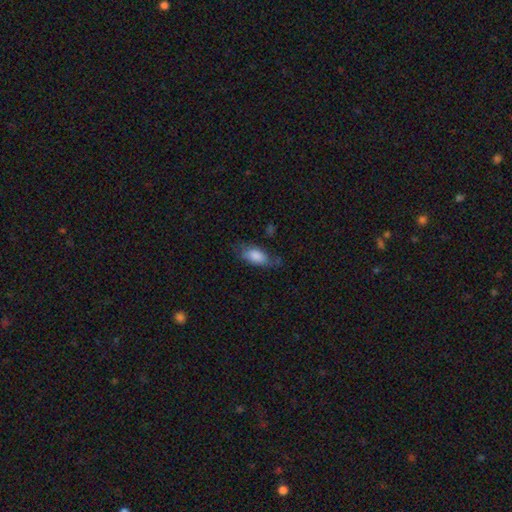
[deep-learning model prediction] Smooth or featured?
  - smooth: 76% *
  - featured or disk: 17%
  - star or artifact: 7%
How rounded?
  - in between: 87% *
  - cigar-shaped: 9%
  - round: 3%
Merging?
  - none: 52% *
  - minor disturbance: 31%
  - major disturbance: 14%
  - merger: 2%